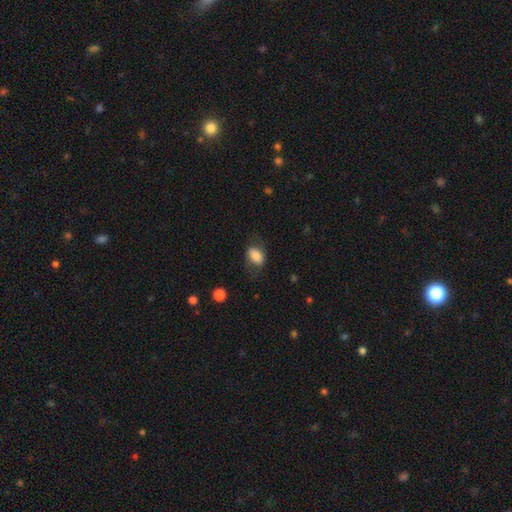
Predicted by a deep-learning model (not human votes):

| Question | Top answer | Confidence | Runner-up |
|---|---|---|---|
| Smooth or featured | smooth | 79% | featured or disk (13%) |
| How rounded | in between | 83% | round (15%) |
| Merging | none | 62% | minor disturbance (23%) |